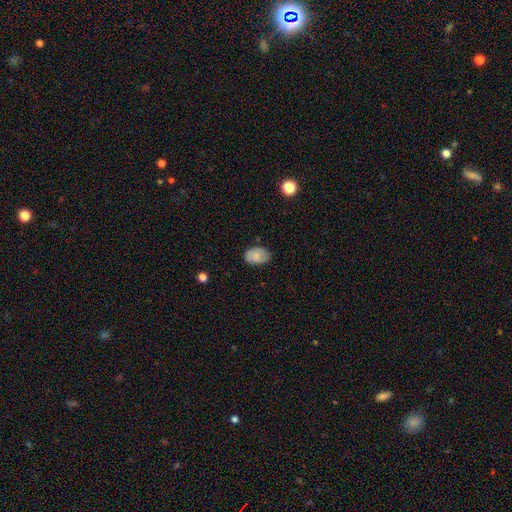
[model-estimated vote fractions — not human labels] This appears to be a smooth galaxy with no disk features (80%) that is in between round and cigar-shaped (87%). Merging: none (79%).